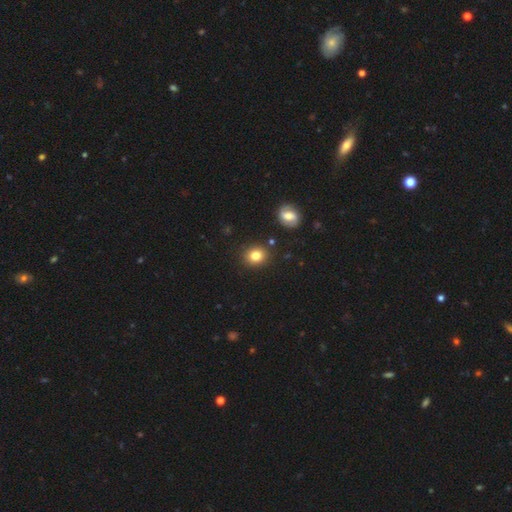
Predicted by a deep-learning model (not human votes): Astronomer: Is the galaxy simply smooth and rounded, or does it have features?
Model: smooth — 82%.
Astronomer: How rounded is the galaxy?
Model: round — 72%.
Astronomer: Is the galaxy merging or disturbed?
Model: none — 86%.